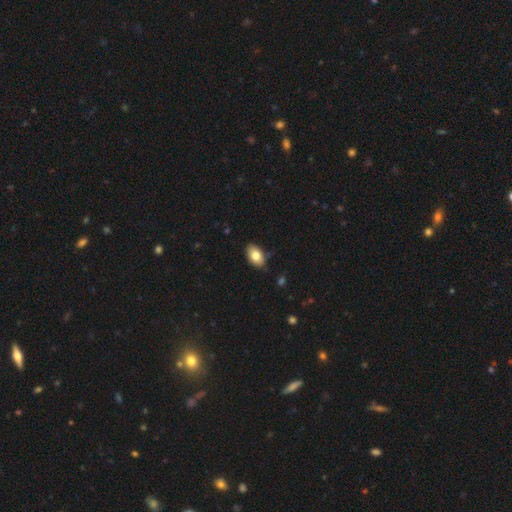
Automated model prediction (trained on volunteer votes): This appears to be a smooth galaxy with no disk features (81%) that is in between round and cigar-shaped (92%). Merging: none (85%).